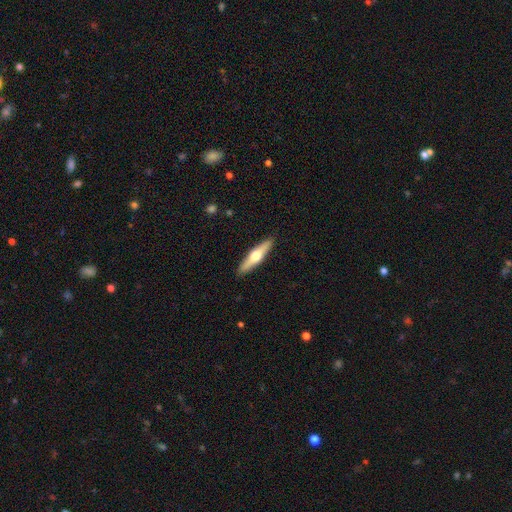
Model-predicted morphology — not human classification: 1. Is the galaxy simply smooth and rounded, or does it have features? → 53% featured or disk, 42% smooth, 5% star or artifact.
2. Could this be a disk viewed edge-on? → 93% yes, 7% no.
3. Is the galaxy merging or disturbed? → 91% none, 7% minor disturbance, 1% major disturbance, 1% merger.